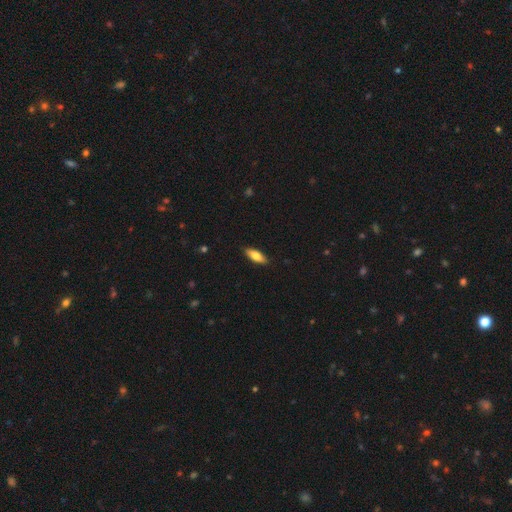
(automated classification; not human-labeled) This is likely a smooth galaxy (74%). How rounded: likely in between (66%). Merging: clearly none (89%).